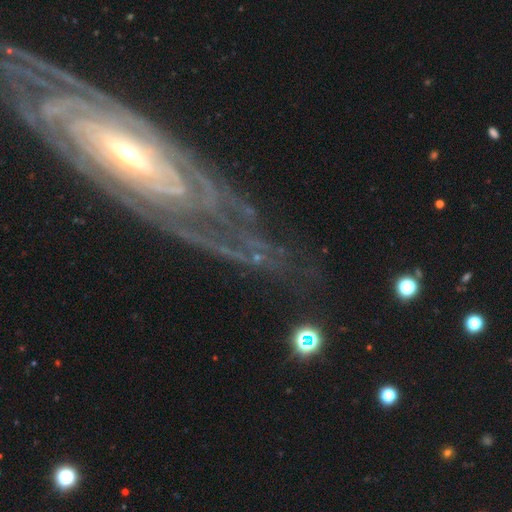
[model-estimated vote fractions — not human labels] Smooth or featured? Predicted: featured or disk (p=0.70). Edge-on disk? Predicted: no (p=0.87). Bar? Predicted: no (p=0.48). Spiral arms? Predicted: yes (p=0.85). Spiral winding? Predicted: tight (p=0.65). Spiral arm count? Predicted: can't tell (p=0.34). Bulge size? Predicted: small (p=0.46). Merging? Predicted: none (p=0.68).